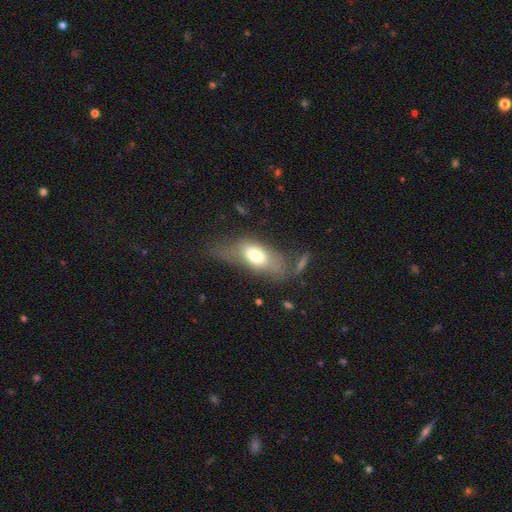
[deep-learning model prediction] Q: Smooth or featured?
A: smooth (66%); runner-up: featured or disk (26%)
Q: How rounded?
A: in between (81%); runner-up: cigar-shaped (13%)
Q: Merging?
A: none (37%); runner-up: major disturbance (30%)